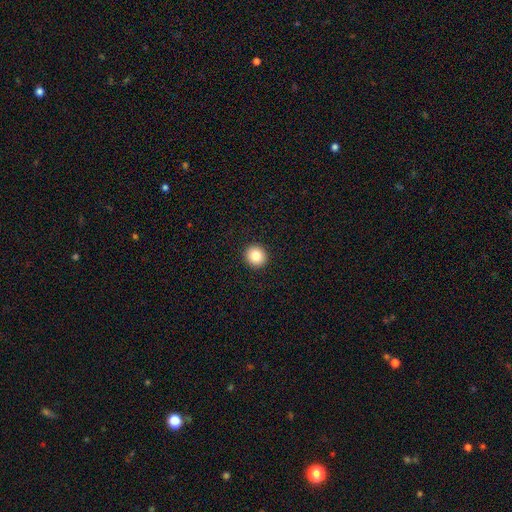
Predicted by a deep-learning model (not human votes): The model was most divided on "smooth or featured": smooth: 83%, star or artifact: 10%, featured or disk: 7%. More confident: merging — none (93%); how rounded — round (92%).